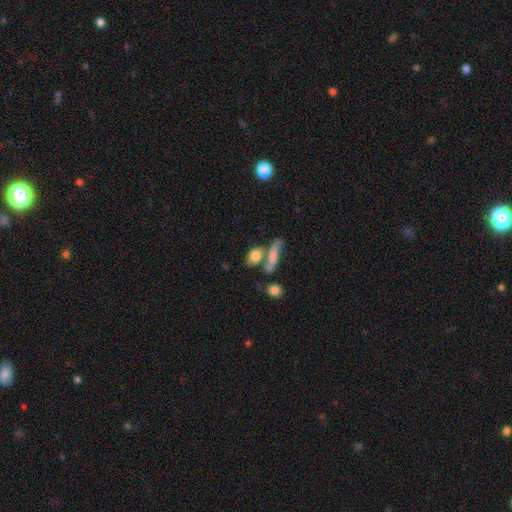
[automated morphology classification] This appears to be a smooth galaxy with no disk features (76%) that is in between round and cigar-shaped (58%). Merging: none (43%).